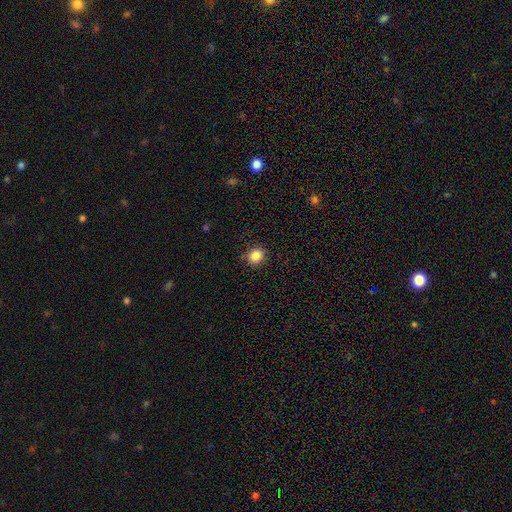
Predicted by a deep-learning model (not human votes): This is clearly a smooth galaxy (85%). How rounded: clearly round (83%). Merging: clearly none (87%).